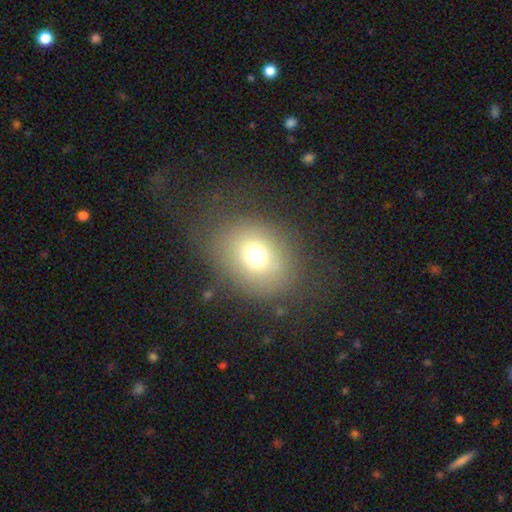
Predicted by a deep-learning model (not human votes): Smooth or featured: smooth — 69% (star or artifact — 17%)
How rounded: round — 60% (in between — 39%)
Merging: none — 71% (minor disturbance — 14%)